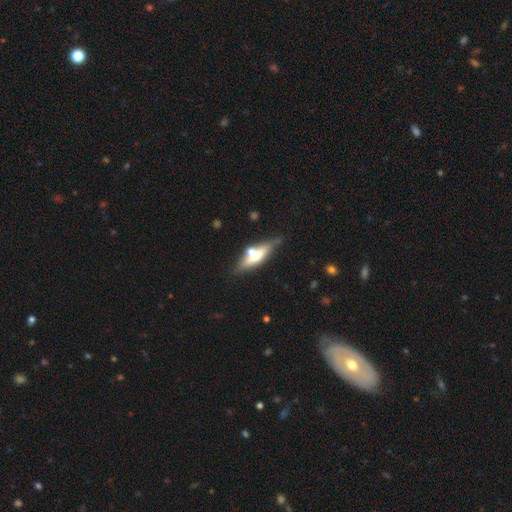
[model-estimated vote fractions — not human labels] A featured or disk galaxy (52%) viewed edge-on (83%). Merging: none (63%).